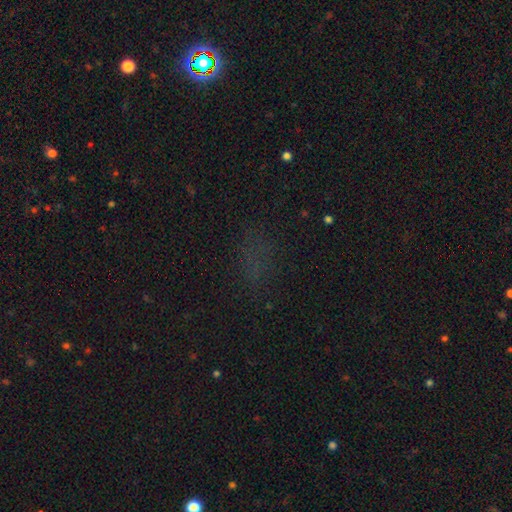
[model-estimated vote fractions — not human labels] Smooth or featured? star or artifact (52%)